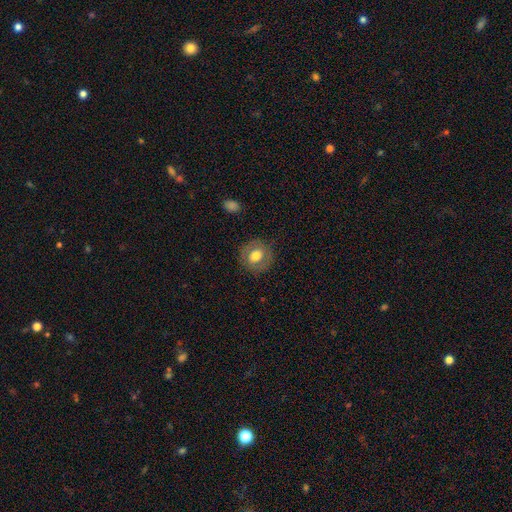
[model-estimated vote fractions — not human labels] Smooth or featured?
  - smooth: 64% *
  - featured or disk: 28%
  - star or artifact: 8%
How rounded?
  - round: 81% *
  - in between: 18%
  - cigar-shaped: 1%
Merging?
  - none: 83% *
  - minor disturbance: 11%
  - major disturbance: 4%
  - merger: 1%